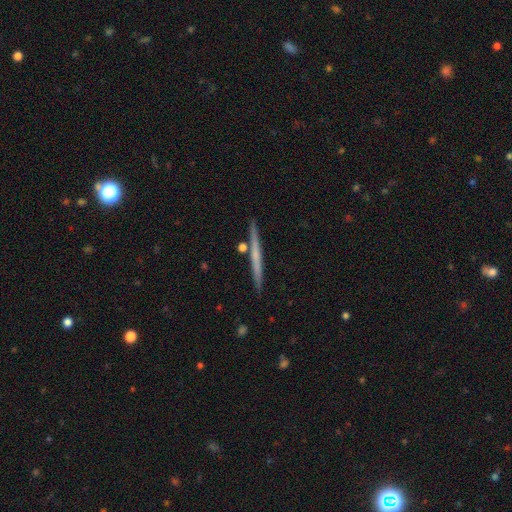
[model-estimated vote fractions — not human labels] smooth_or_featured: featured or disk (p=0.52) [alt: smooth p=0.43]
disk_edge_on: yes (p=0.97) [alt: no p=0.03]
edge_on_bulge: none (p=0.80) [alt: rounded p=0.16]
merging: none (p=0.88) [alt: minor disturbance p=0.07]